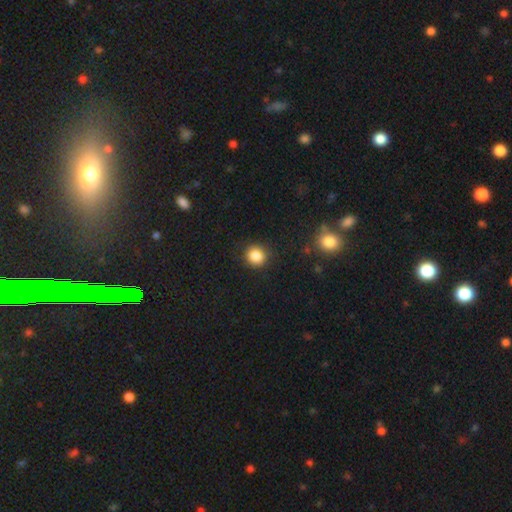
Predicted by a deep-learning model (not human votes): Smooth or featured?
  - smooth: 85% *
  - star or artifact: 11%
  - featured or disk: 4%
How rounded?
  - round: 91% *
  - in between: 8%
  - cigar-shaped: 1%
Merging?
  - none: 89% *
  - minor disturbance: 7%
  - major disturbance: 2%
  - merger: 1%